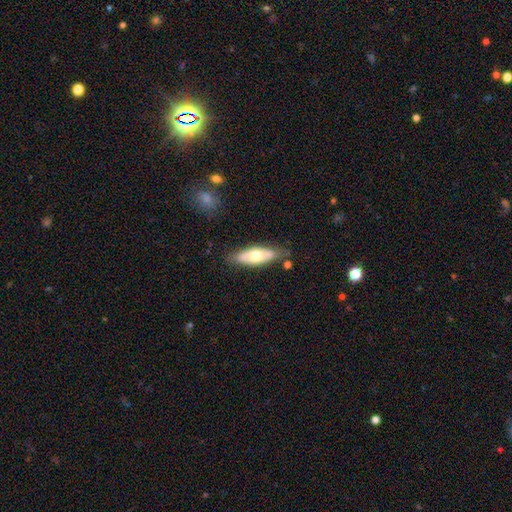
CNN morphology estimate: Smooth or featured? smooth (53%)
How rounded? in between (68%)
Merging? none (73%)